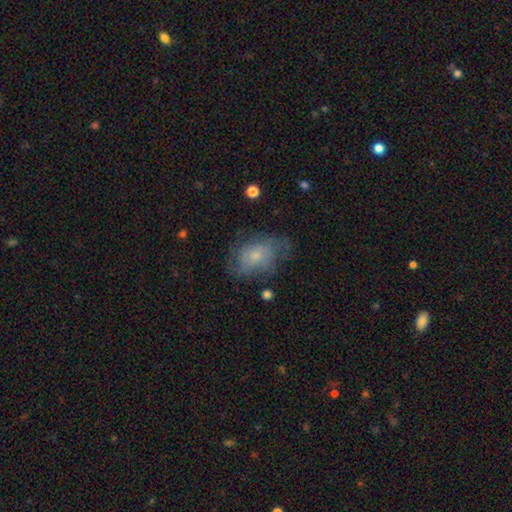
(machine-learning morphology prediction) Smooth or featured?
  - featured or disk: 50% *
  - smooth: 41%
  - star or artifact: 10%
Merging?
  - none: 55% *
  - minor disturbance: 25%
  - major disturbance: 18%
  - merger: 2%